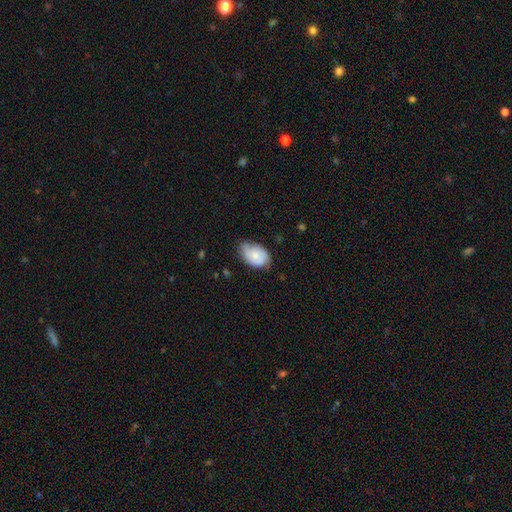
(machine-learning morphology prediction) smooth_or_featured: smooth (p=0.64) [alt: featured or disk p=0.29]
how_rounded: in between (p=0.87) [alt: round p=0.12]
merging: none (p=0.56) [alt: minor disturbance p=0.34]